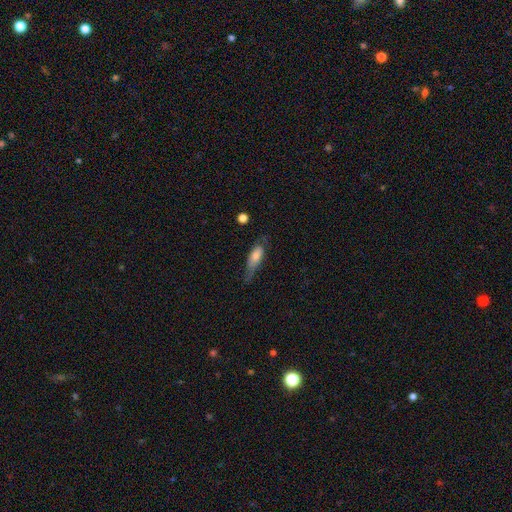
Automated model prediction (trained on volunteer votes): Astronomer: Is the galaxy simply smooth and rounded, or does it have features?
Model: smooth — 61%.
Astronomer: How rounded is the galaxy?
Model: in between — 63%.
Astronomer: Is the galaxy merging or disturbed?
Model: none — 45% (runner-up: minor disturbance, 33%).